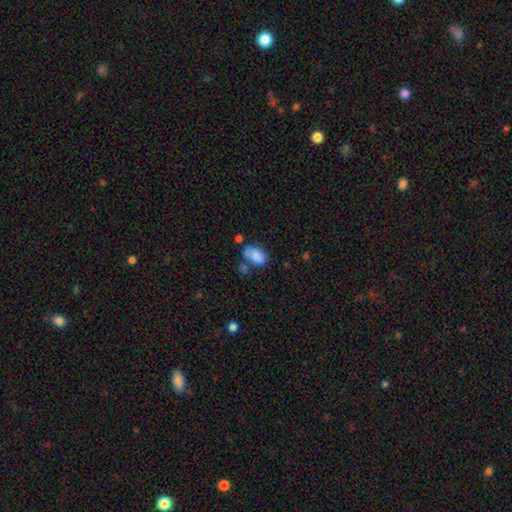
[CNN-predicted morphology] A smooth galaxy with no disk features (80%) that is in between round and cigar-shaped (89%). Merging: none (43%).